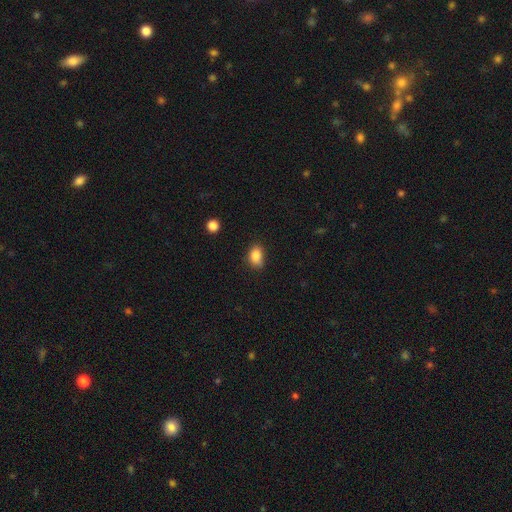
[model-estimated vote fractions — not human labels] Overall: smooth (86%). How rounded: in between (77%). Merging: none (68%).